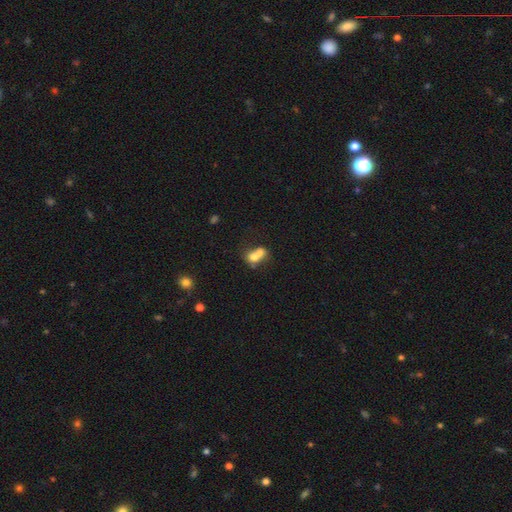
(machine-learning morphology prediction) A smooth galaxy with no disk features (68%) that is round (61%).

Vote fractions:
- Smooth or featured? smooth: 68% / featured or disk: 22% / star or artifact: 10%
- How rounded? round: 61% / in between: 37% / cigar-shaped: 1%
- Merging? merger: 72% / none: 19% / minor disturbance: 5% / major disturbance: 4%